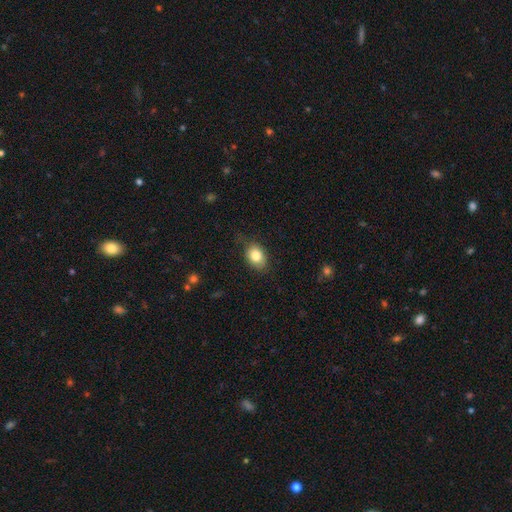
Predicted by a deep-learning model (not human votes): Smooth or featured? smooth (82%)
How rounded? in between (70%)
Merging? none (75%)